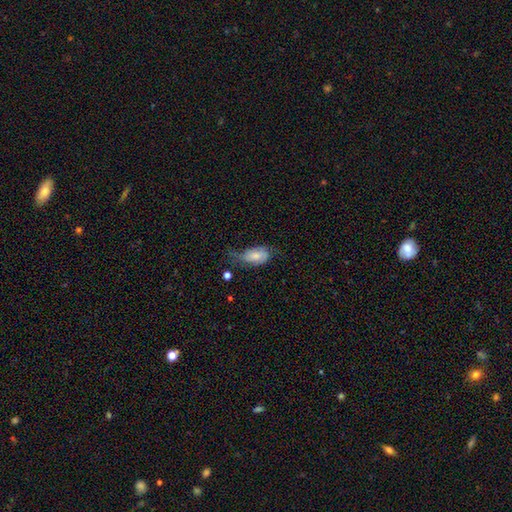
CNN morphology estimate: Overall: smooth (54%; featured or disk 39%). How rounded: in between (90%). Merging: none (38%; minor disturbance 34%).